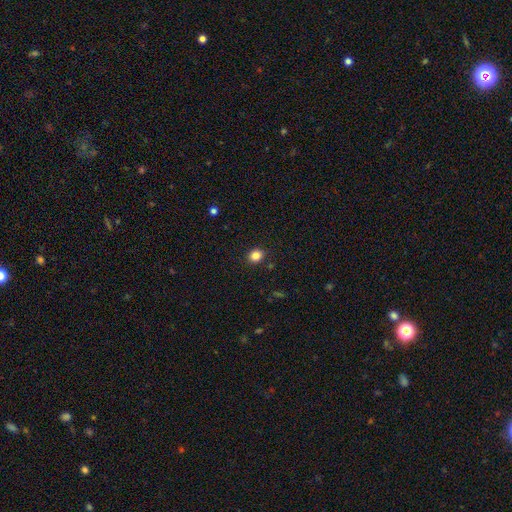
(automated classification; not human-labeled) This appears to be a smooth galaxy with no disk features (84%) that is round (73%). Merging: none (90%).